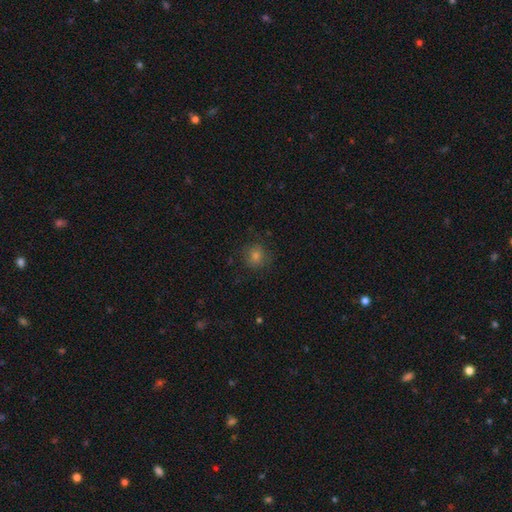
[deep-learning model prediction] A smooth galaxy with no disk features (70%) that is round (90%). Merging: none (84%).